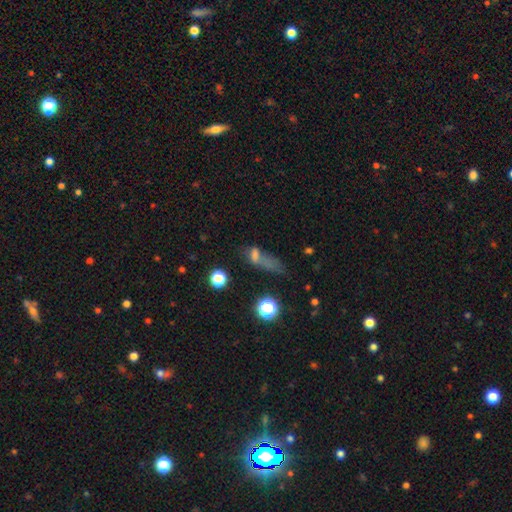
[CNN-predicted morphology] Smooth or featured? Predicted: smooth (p=0.53). How rounded? Predicted: in between (p=0.43). Merging? Predicted: none (p=0.36).